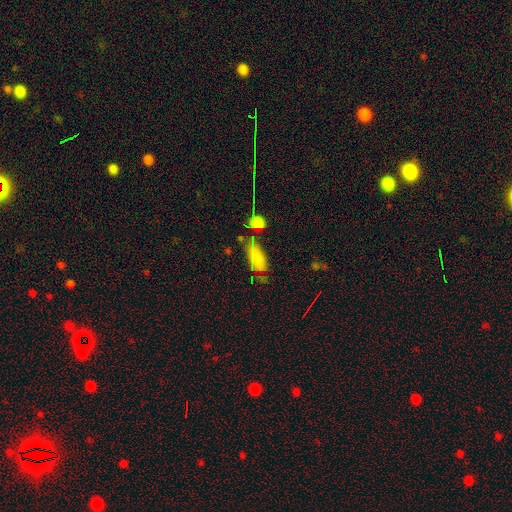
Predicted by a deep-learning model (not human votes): This appears to be a smooth galaxy with no disk features (75%) that is in between round and cigar-shaped (79%). Merging: none (47%).